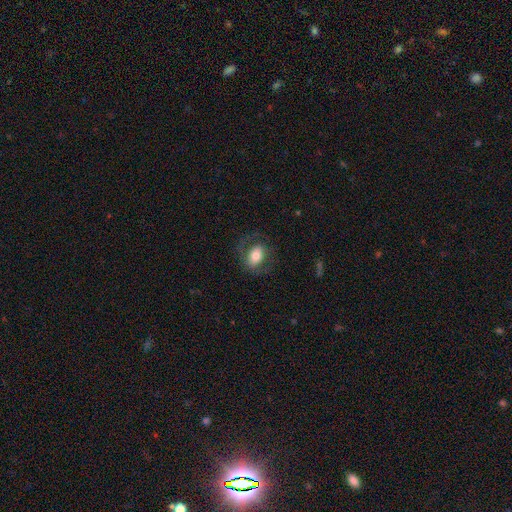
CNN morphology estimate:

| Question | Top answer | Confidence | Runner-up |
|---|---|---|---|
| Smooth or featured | smooth | 62% | featured or disk (31%) |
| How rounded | in between | 80% | round (19%) |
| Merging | none | 69% | minor disturbance (16%) |